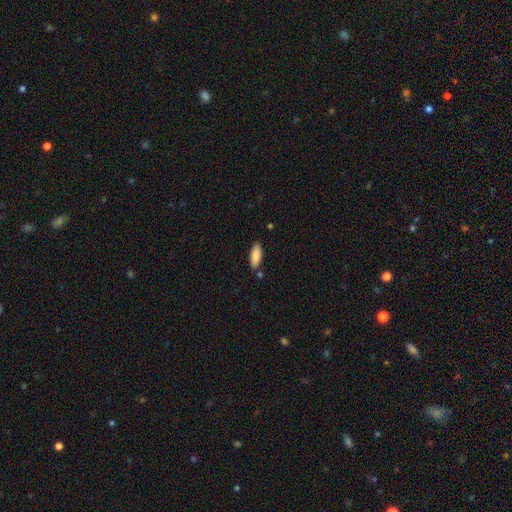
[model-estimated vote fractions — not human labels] Smooth or featured? Predicted: smooth (p=0.87). How rounded? Predicted: in between (p=0.76). Merging? Predicted: none (p=0.83).